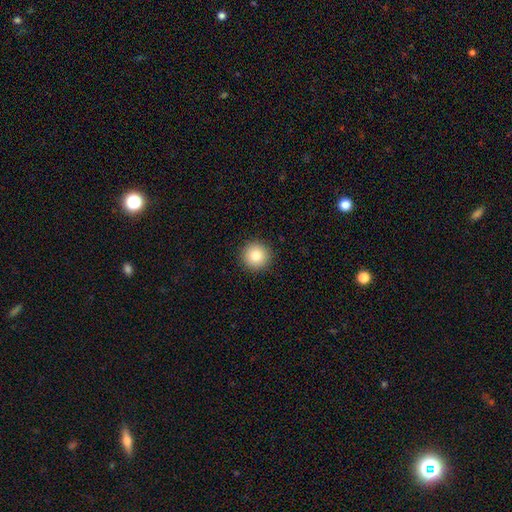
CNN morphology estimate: Overall: smooth (81%). How rounded: round (96%). Merging: none (93%).